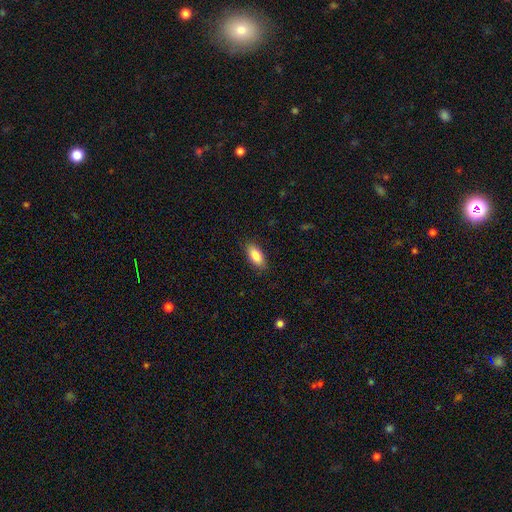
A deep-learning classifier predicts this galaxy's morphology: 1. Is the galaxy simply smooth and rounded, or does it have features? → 85% smooth, 8% featured or disk, 7% star or artifact.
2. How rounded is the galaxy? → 86% in between, 12% cigar-shaped, 2% round.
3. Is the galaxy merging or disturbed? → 87% none, 10% minor disturbance, 2% major disturbance, 1% merger.